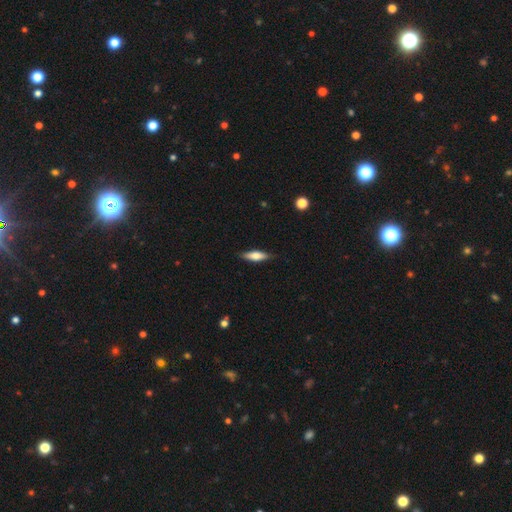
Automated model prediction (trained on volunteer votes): Smooth or featured: smooth — 60% (featured or disk — 34%)
How rounded: cigar-shaped — 54% (in between — 44%)
Merging: none — 85% (minor disturbance — 12%)